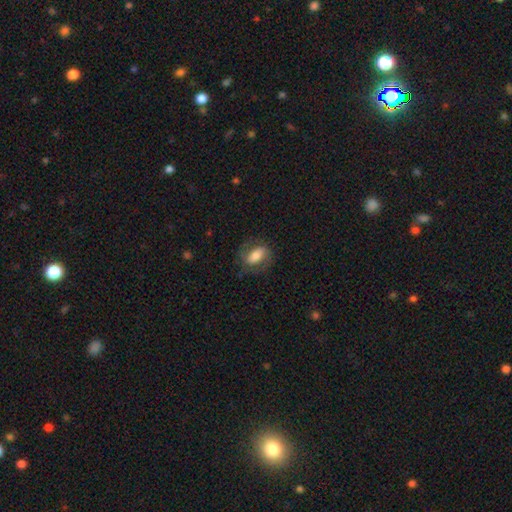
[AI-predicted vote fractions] Smooth or featured? Predicted: smooth (p=0.50). Merging? Predicted: none (p=0.71).